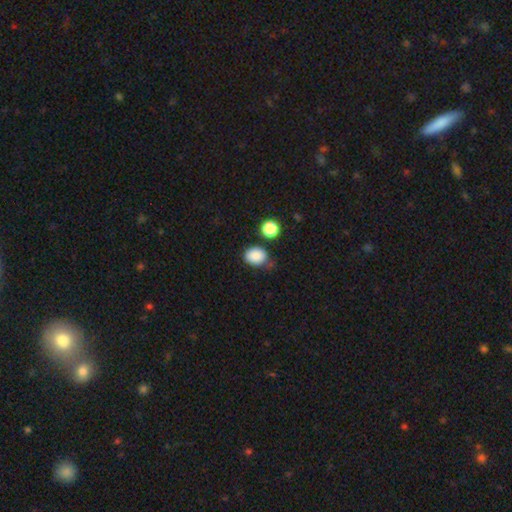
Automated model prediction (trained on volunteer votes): This appears to be a smooth galaxy with no disk features (86%) that is in between round and cigar-shaped (55%). Merging: none (64%).